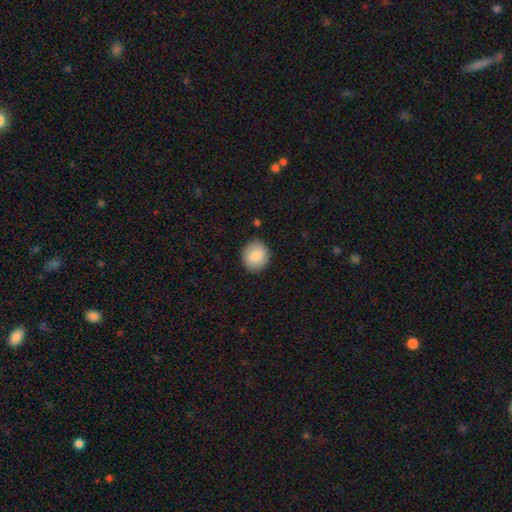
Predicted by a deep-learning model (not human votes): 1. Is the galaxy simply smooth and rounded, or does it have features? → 86% smooth, 8% featured or disk, 7% star or artifact.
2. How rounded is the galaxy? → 75% round, 24% in between, 1% cigar-shaped.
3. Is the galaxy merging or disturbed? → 88% none, 9% minor disturbance, 2% major disturbance, 1% merger.